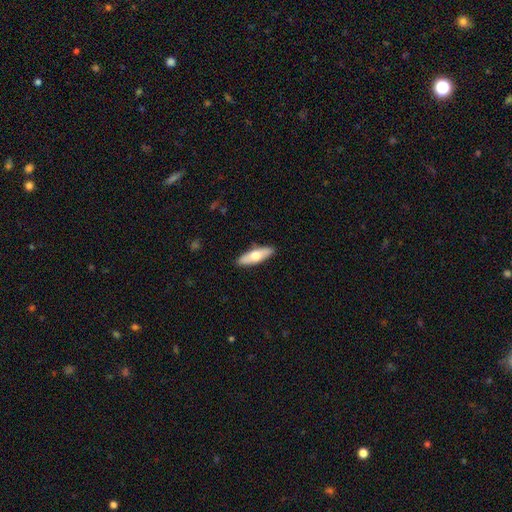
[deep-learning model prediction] smooth 61%, featured or disk 34%, star or artifact 5%. Down the decision tree: how rounded — in between (49%); merging — none (90%).